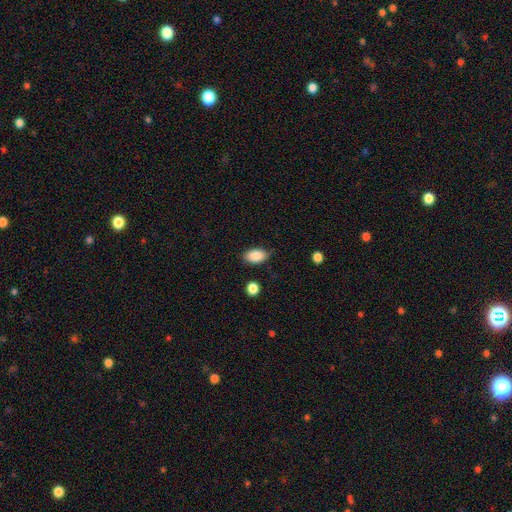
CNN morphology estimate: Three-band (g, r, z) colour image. It shows a smooth galaxy with no disk features (88%) that is in between round and cigar-shaped (91%). Merging: none (77%).